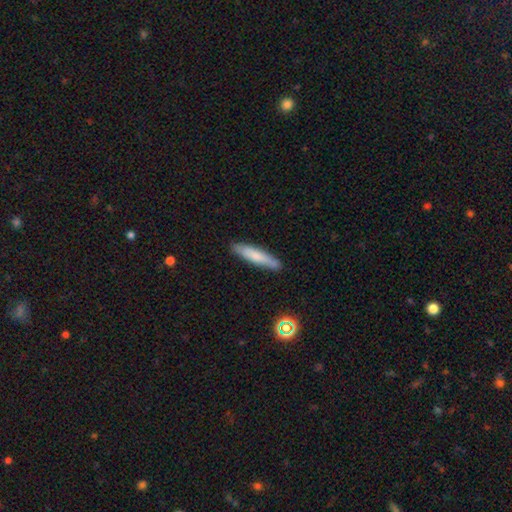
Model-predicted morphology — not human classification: Overall: smooth (71%). How rounded: cigar-shaped (87%). Merging: none (86%).